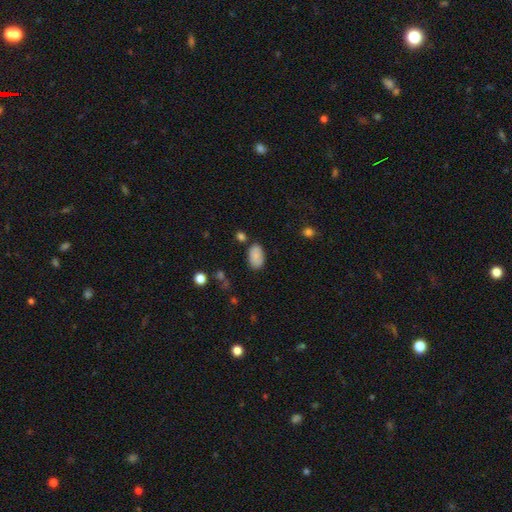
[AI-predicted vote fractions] A smooth galaxy with no disk features (84%) that is in between round and cigar-shaped (93%). Merging: none (74%).